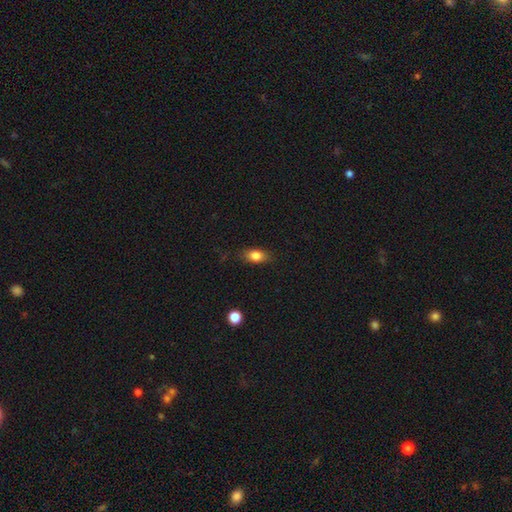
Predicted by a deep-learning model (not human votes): Smooth or featured? smooth (81%)
How rounded? in between (79%)
Merging? none (79%)